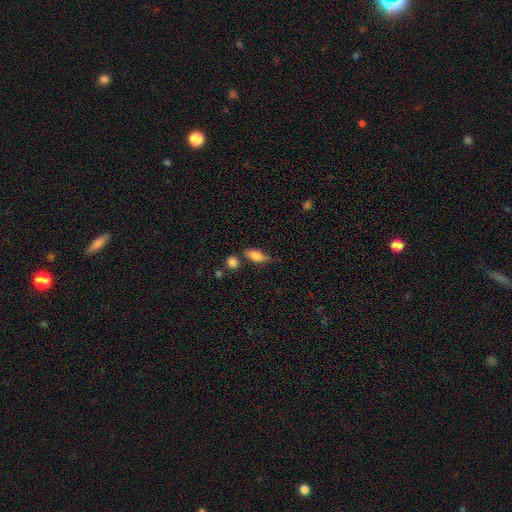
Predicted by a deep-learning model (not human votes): A smooth galaxy with no disk features (76%) that is in between round and cigar-shaped (74%).

Vote fractions:
- Smooth or featured? smooth: 76% / featured or disk: 17% / star or artifact: 8%
- How rounded? in between: 74% / cigar-shaped: 20% / round: 6%
- Merging? none: 63% / minor disturbance: 21% / merger: 10% / major disturbance: 6%